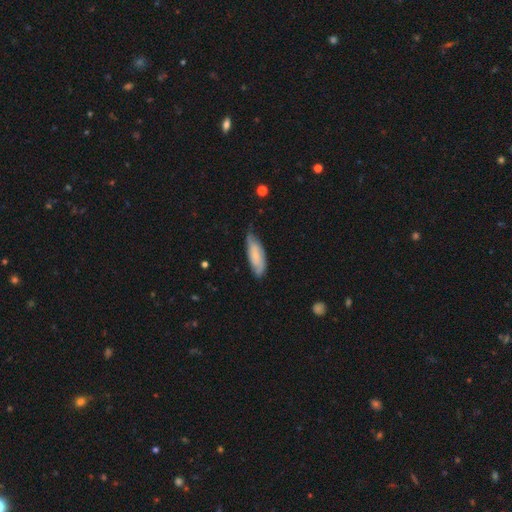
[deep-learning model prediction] Smooth or featured?
  - smooth: 59% *
  - featured or disk: 34%
  - star or artifact: 6%
How rounded?
  - in between: 63% *
  - cigar-shaped: 36%
  - round: 2%
Merging?
  - none: 56% *
  - minor disturbance: 35%
  - major disturbance: 7%
  - merger: 2%